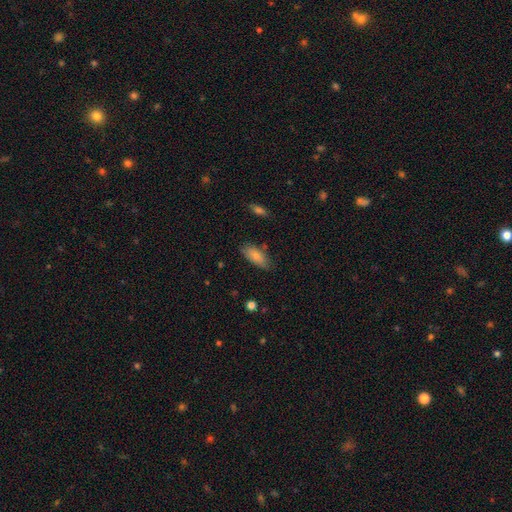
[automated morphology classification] Q: Smooth or featured?
A: smooth (84%); runner-up: featured or disk (9%)
Q: How rounded?
A: in between (83%); runner-up: cigar-shaped (15%)
Q: Merging?
A: none (76%); runner-up: minor disturbance (18%)